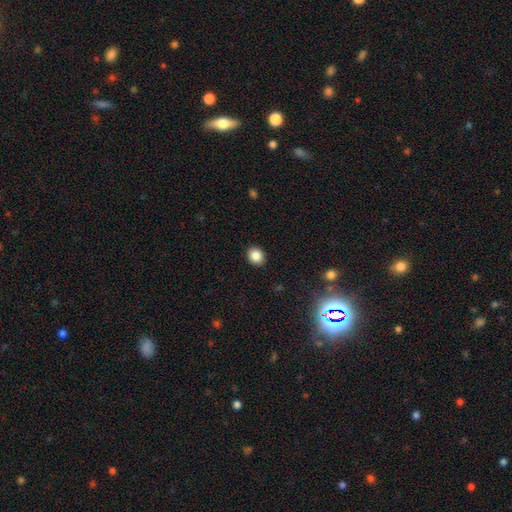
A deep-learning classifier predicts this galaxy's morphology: This is clearly a smooth galaxy (85%). How rounded: likely round (74%). Merging: clearly none (92%).